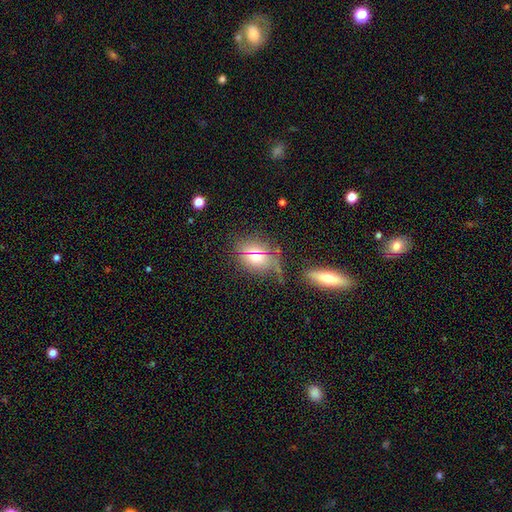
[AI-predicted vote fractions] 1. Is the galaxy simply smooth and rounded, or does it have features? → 63% smooth, 23% star or artifact, 14% featured or disk.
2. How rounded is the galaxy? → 60% in between, 36% round, 5% cigar-shaped.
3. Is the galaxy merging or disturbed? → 75% none, 14% minor disturbance, 6% major disturbance, 5% merger.